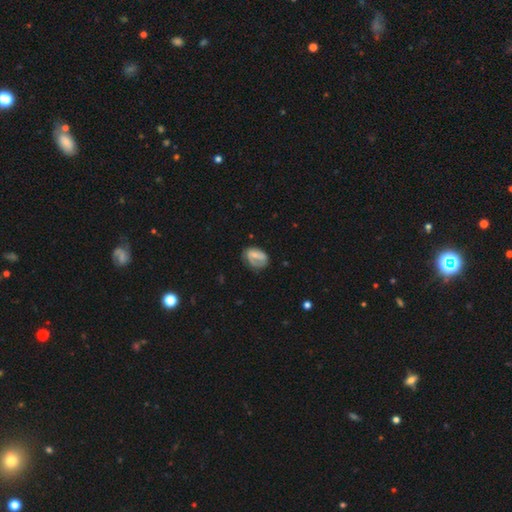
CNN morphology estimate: Smooth or featured?
  - smooth: 52% *
  - featured or disk: 40%
  - star or artifact: 8%
How rounded?
  - in between: 76% *
  - round: 22%
  - cigar-shaped: 2%
Merging?
  - none: 45% *
  - minor disturbance: 31%
  - major disturbance: 21%
  - merger: 3%